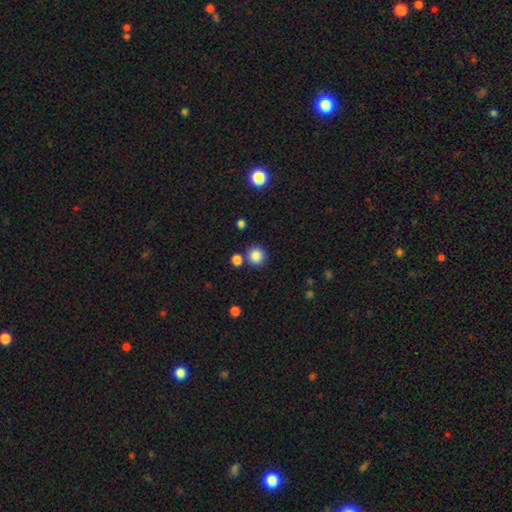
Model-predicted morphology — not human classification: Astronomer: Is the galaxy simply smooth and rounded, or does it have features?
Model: smooth — 85%.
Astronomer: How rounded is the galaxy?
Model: round — 92%.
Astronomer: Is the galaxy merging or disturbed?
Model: none — 79%.